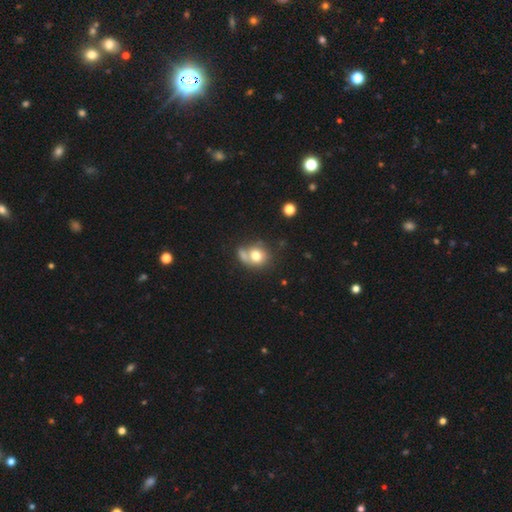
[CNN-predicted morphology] Smooth or featured?
  - smooth: 73% *
  - featured or disk: 18%
  - star or artifact: 10%
How rounded?
  - round: 69% *
  - in between: 30%
  - cigar-shaped: 1%
Merging?
  - none: 39% *
  - merger: 34%
  - minor disturbance: 16%
  - major disturbance: 11%